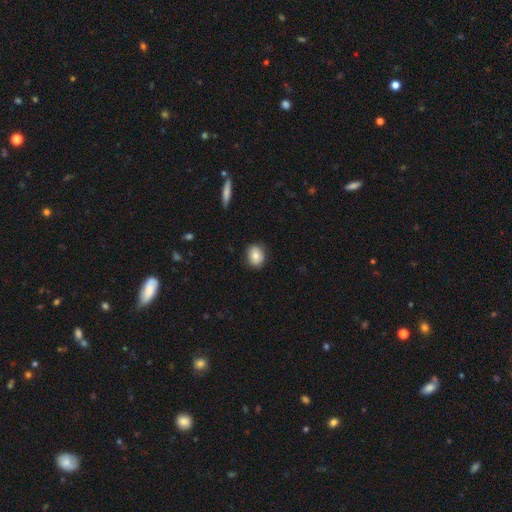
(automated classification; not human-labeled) A smooth galaxy with no disk features (79%) that is round (58%).

Vote fractions:
- Smooth or featured? smooth: 79% / featured or disk: 13% / star or artifact: 8%
- How rounded? round: 58% / in between: 41% / cigar-shaped: 1%
- Merging? none: 86% / minor disturbance: 11% / major disturbance: 2% / merger: 1%